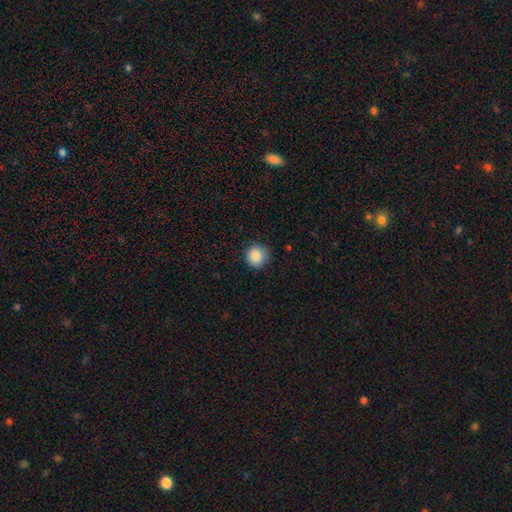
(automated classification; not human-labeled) Smooth or featured: smooth — 88% (star or artifact — 9%)
How rounded: round — 93% (in between — 6%)
Merging: none — 86% (minor disturbance — 10%)